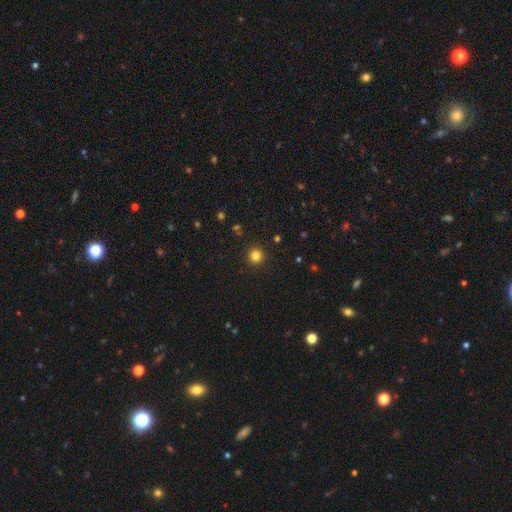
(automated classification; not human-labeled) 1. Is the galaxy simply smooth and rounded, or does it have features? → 81% smooth, 14% star or artifact, 5% featured or disk.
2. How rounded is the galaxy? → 95% round, 4% in between, 1% cigar-shaped.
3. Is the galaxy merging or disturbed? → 92% none, 5% minor disturbance, 2% major disturbance, 1% merger.